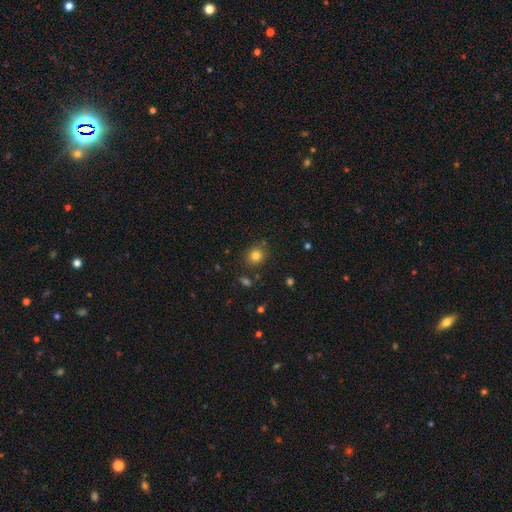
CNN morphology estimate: type=smooth (80%); roundness=round (80%); merging=none (84%).